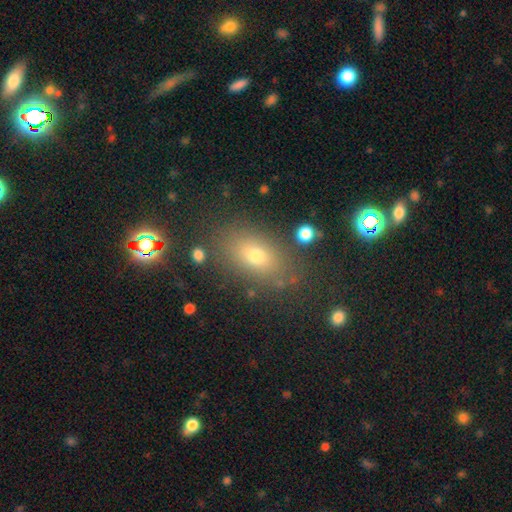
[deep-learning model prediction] A smooth galaxy with no disk features (63%) that is in between round and cigar-shaped (77%). Merging: none (81%).